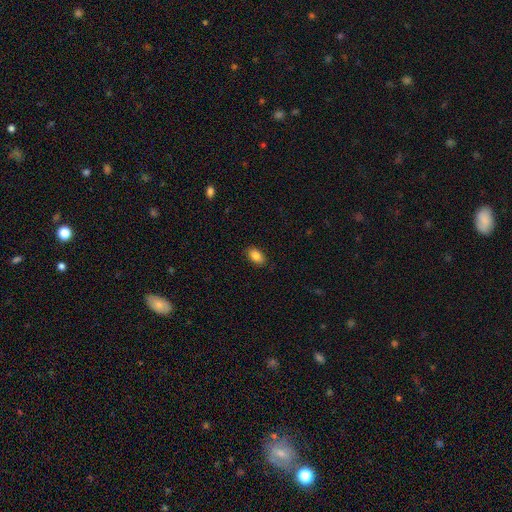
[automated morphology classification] A smooth galaxy with no disk features (85%) that is in between round and cigar-shaped (90%).

Vote fractions:
- Smooth or featured? smooth: 85% / star or artifact: 8% / featured or disk: 7%
- How rounded? in between: 90% / round: 8% / cigar-shaped: 2%
- Merging? none: 87% / minor disturbance: 10% / major disturbance: 2% / merger: 1%